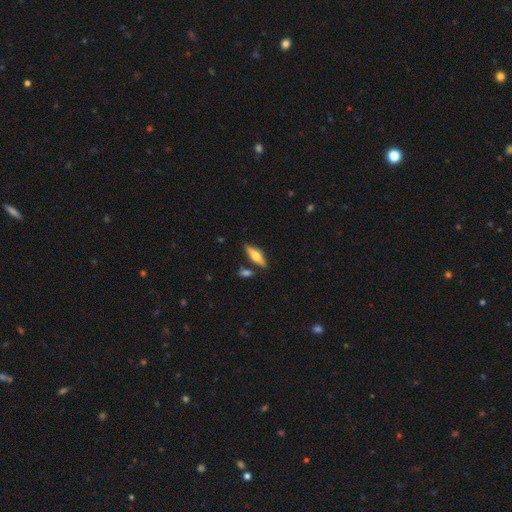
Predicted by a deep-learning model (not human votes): A smooth galaxy with no disk features (50%). Merging: none (78%).